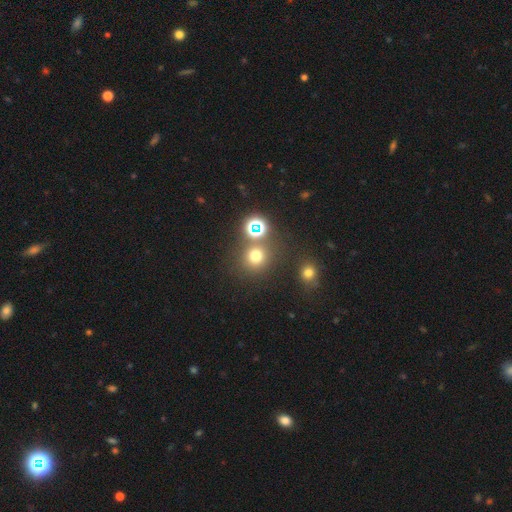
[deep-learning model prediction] The model was most divided on "smooth or featured": smooth: 67%, star or artifact: 26%, featured or disk: 7%. More confident: how rounded — round (89%); merging — none (74%).